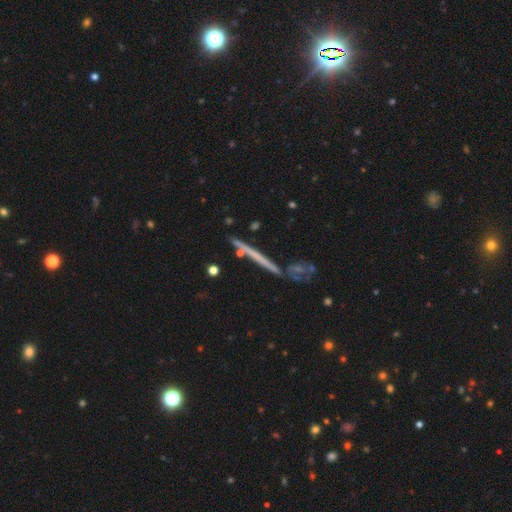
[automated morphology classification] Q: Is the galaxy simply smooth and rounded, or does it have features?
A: featured or disk — 57%.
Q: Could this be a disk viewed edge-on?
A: yes — 94%.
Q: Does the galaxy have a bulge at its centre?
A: none — 83%.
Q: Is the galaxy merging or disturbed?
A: none — 76%.